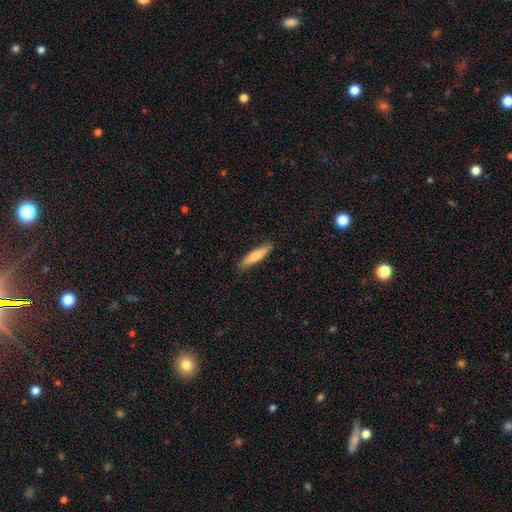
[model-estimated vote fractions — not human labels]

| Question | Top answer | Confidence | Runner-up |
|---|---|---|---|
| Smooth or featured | smooth | 73% | featured or disk (22%) |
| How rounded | cigar-shaped | 80% | in between (18%) |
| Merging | none | 84% | minor disturbance (13%) |